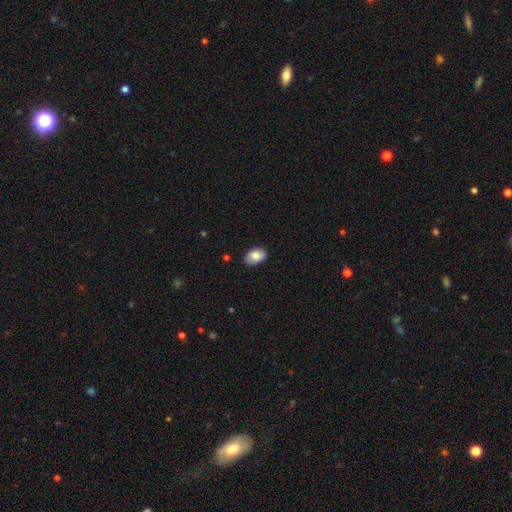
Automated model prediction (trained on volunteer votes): This appears to be a smooth galaxy with no disk features (85%) that is in between round and cigar-shaped (88%). Merging: none (86%).